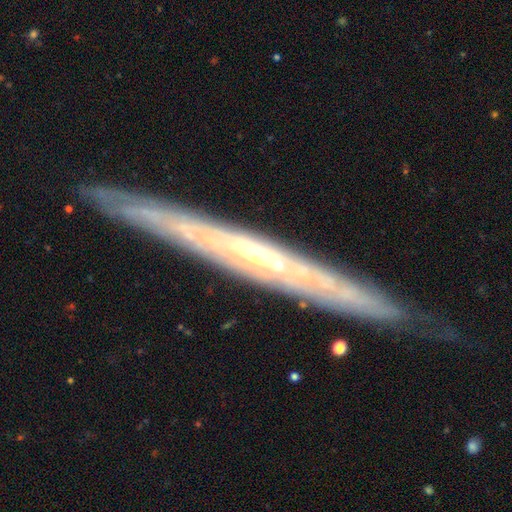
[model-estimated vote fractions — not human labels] featured or disk 82%, smooth 11%, star or artifact 6%. Down the decision tree: edge-on disk — yes (88%); edge-on bulge — none (56%); merging — none (84%).